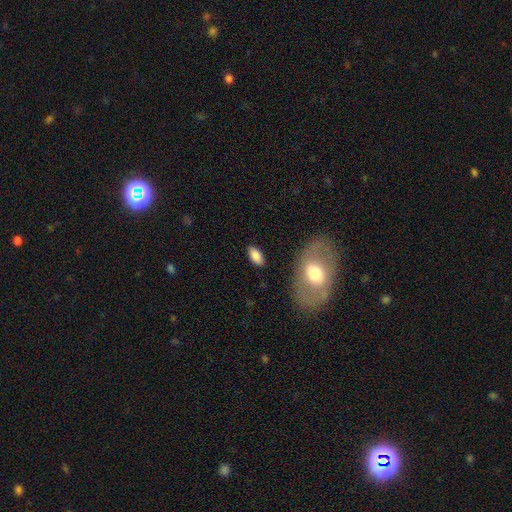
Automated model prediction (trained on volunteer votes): Smooth or featured?
  - smooth: 86% *
  - featured or disk: 7%
  - star or artifact: 7%
How rounded?
  - in between: 92% *
  - cigar-shaped: 5%
  - round: 3%
Merging?
  - none: 85% *
  - minor disturbance: 10%
  - major disturbance: 3%
  - merger: 2%